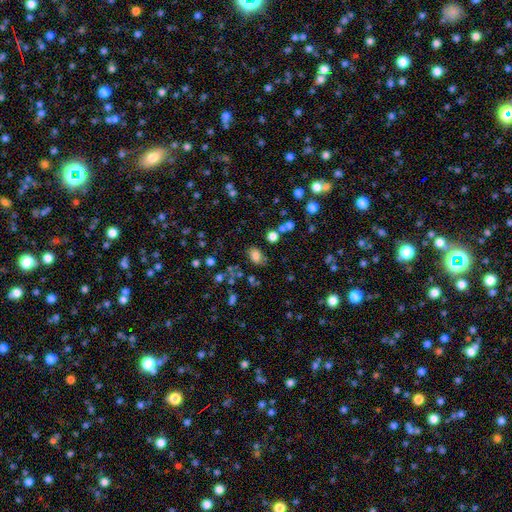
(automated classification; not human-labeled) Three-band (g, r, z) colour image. It shows a smooth galaxy with no disk features (78%) that is in between round and cigar-shaped (78%). Merging: none (71%).